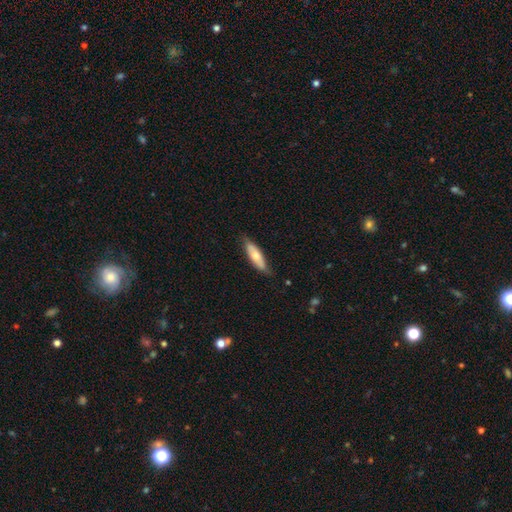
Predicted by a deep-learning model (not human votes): Smooth or featured: smooth — 63% (featured or disk — 32%)
How rounded: cigar-shaped — 53% (in between — 46%)
Merging: none — 77% (minor disturbance — 18%)